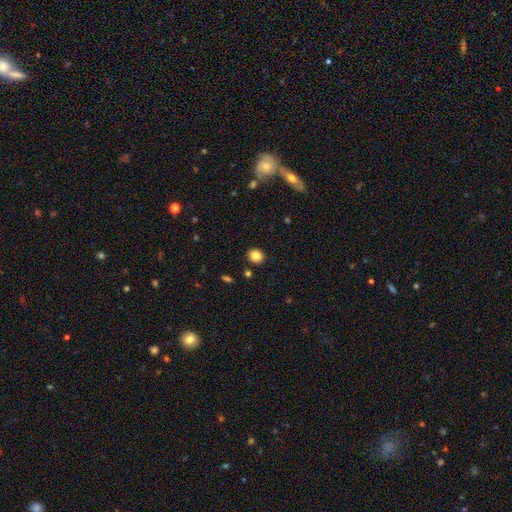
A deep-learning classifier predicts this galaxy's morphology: Smooth or featured? smooth (83%)
How rounded? round (72%)
Merging? none (89%)